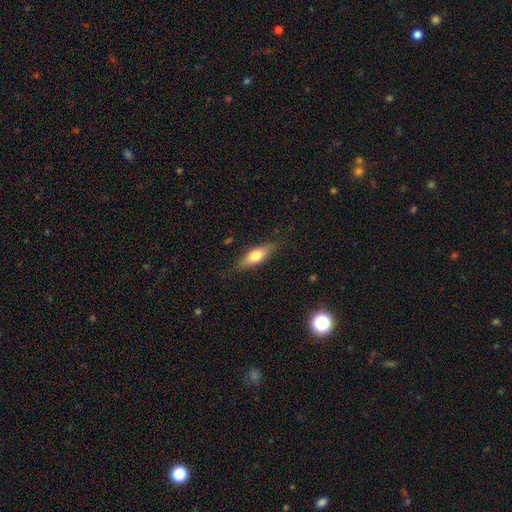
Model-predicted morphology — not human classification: A smooth galaxy with no disk features (61%) that is in between round and cigar-shaped (54%).

Vote fractions:
- Smooth or featured? smooth: 61% / featured or disk: 33% / star or artifact: 6%
- How rounded? in between: 54% / cigar-shaped: 42% / round: 3%
- Merging? none: 83% / minor disturbance: 13% / major disturbance: 3% / merger: 1%